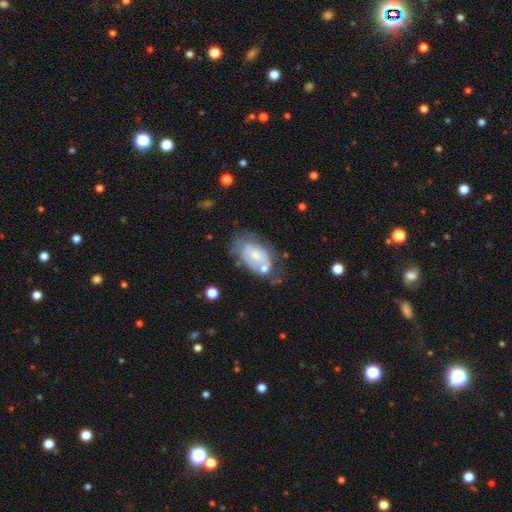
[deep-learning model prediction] A featured or disk galaxy (48%). Merging: none (43%).